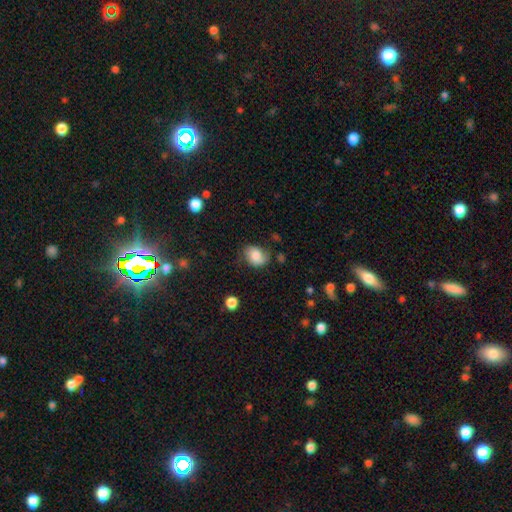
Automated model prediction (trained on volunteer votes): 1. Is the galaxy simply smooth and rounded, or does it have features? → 68% smooth, 23% featured or disk, 9% star or artifact.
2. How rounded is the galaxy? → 59% in between, 40% round, 1% cigar-shaped.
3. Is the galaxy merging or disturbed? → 59% none, 29% minor disturbance, 10% major disturbance, 3% merger.